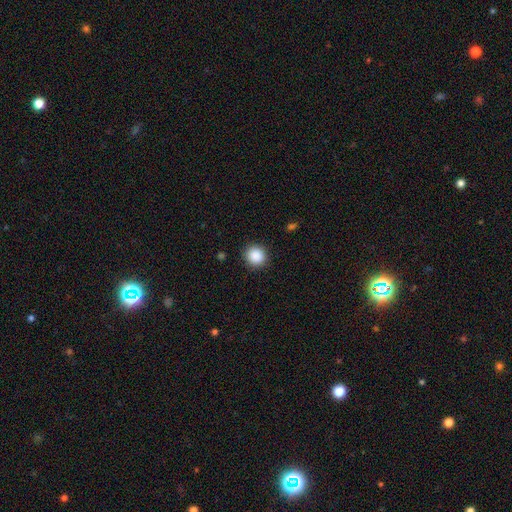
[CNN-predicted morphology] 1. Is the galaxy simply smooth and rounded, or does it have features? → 88% smooth, 9% star or artifact, 3% featured or disk.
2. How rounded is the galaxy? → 91% round, 8% in between, 1% cigar-shaped.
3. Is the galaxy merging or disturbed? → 90% none, 7% minor disturbance, 2% major disturbance, 1% merger.